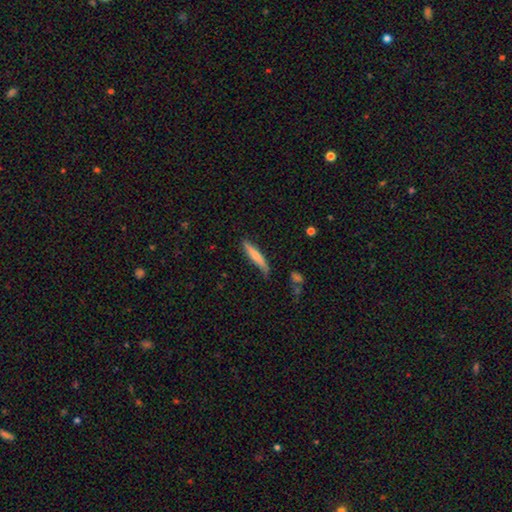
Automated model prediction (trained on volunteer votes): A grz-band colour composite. It shows a smooth galaxy with no disk features (67%) that is cigar-shaped (91%). Merging: none (75%).